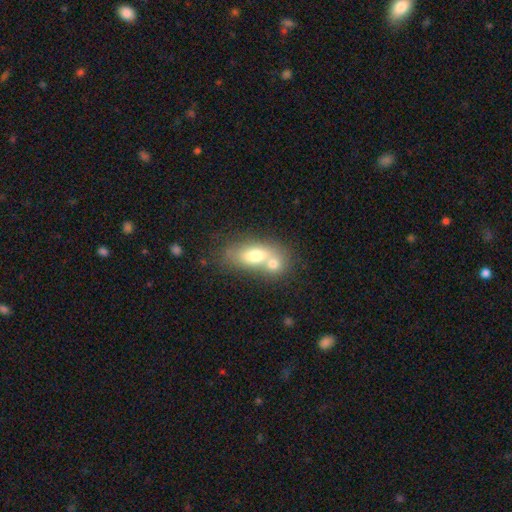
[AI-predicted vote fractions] This appears to be a smooth galaxy with no disk features (67%) that is in between round and cigar-shaped (77%). Merging: merger (59%).